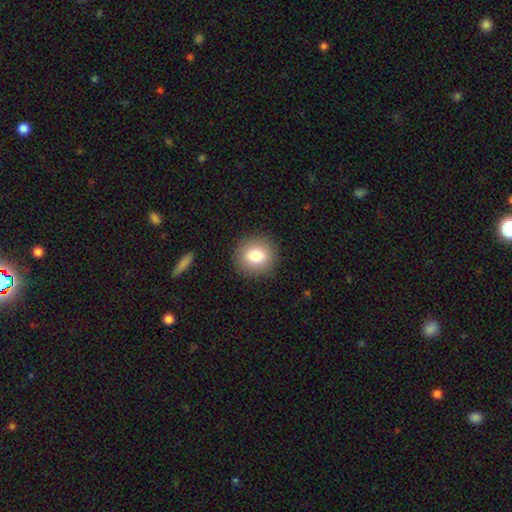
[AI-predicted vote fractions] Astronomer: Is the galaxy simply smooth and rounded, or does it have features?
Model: smooth — 80%.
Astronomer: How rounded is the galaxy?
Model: round — 88%.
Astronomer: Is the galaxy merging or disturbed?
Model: none — 90%.